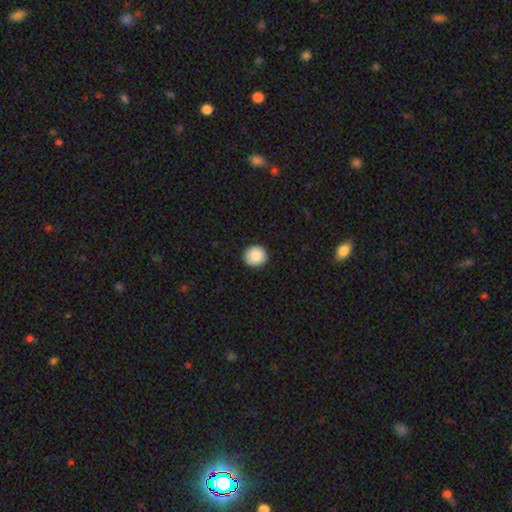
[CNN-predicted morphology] Q: Smooth or featured?
A: smooth (88%); runner-up: star or artifact (8%)
Q: How rounded?
A: round (92%); runner-up: in between (7%)
Q: Merging?
A: none (91%); runner-up: minor disturbance (6%)